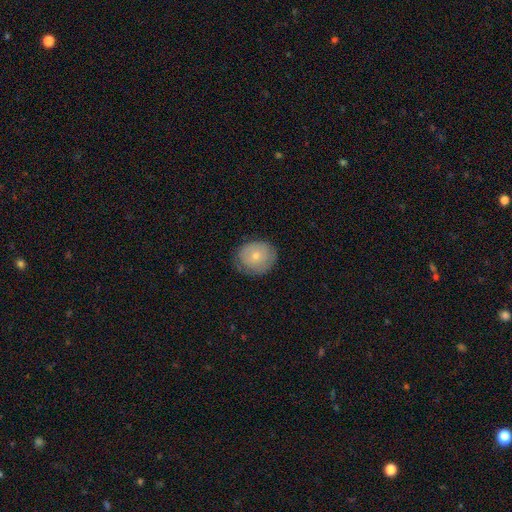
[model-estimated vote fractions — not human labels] Q: Smooth or featured?
A: smooth (64%); runner-up: featured or disk (29%)
Q: How rounded?
A: round (71%); runner-up: in between (28%)
Q: Merging?
A: none (73%); runner-up: minor disturbance (21%)